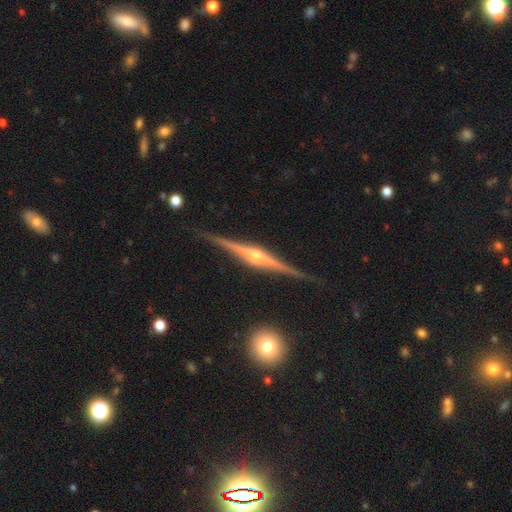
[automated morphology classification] A featured or disk galaxy (89%) viewed edge-on (99%) with a rounded central bulge (89%).

Vote fractions:
- Smooth or featured? featured or disk: 89% / smooth: 6% / star or artifact: 5%
- Edge-on disk? yes: 99% / no: 1%
- Edge-on bulge? rounded: 89% / boxy: 7% / none: 4%
- Merging? none: 89% / minor disturbance: 8% / major disturbance: 1% / merger: 1%